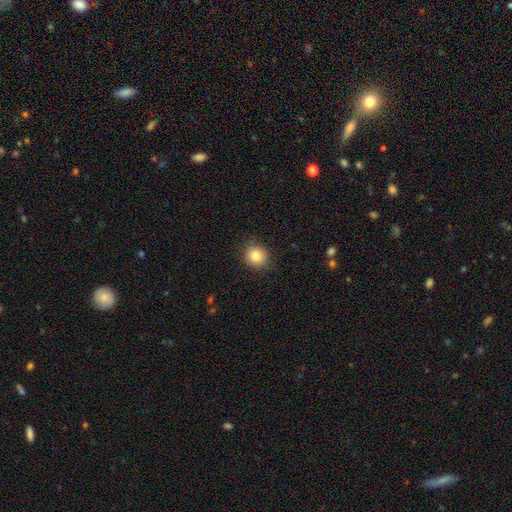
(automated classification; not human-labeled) Smooth or featured: smooth — 84% (star or artifact — 10%)
How rounded: round — 81% (in between — 18%)
Merging: none — 85% (minor disturbance — 11%)